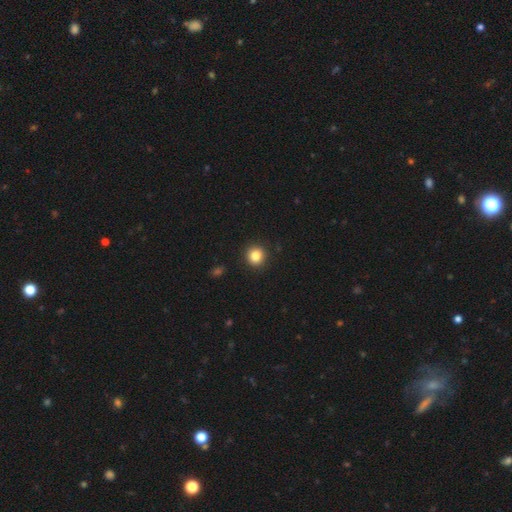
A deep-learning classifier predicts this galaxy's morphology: This appears to be a smooth galaxy with no disk features (84%) that is round (91%). Merging: none (92%).